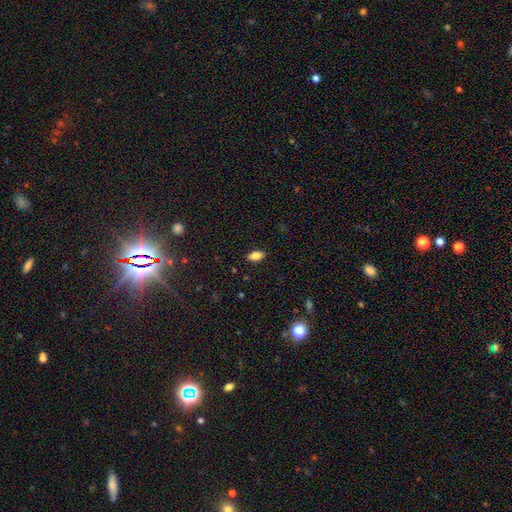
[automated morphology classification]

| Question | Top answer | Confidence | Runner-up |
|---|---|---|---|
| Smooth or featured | smooth | 81% | featured or disk (10%) |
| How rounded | in between | 89% | cigar-shaped (7%) |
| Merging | none | 88% | minor disturbance (9%) |